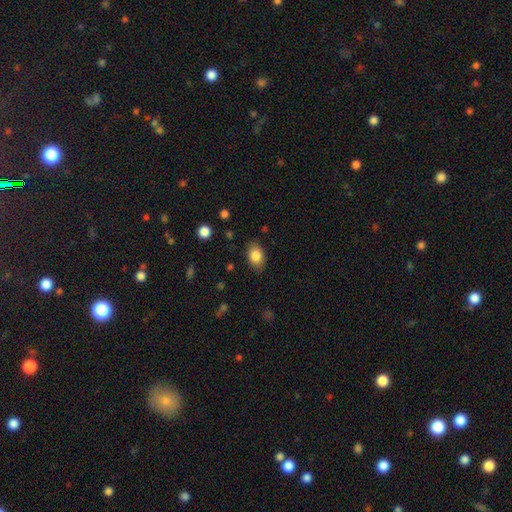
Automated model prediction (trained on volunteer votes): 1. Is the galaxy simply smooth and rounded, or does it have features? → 84% smooth, 8% featured or disk, 8% star or artifact.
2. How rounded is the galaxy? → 82% in between, 17% round, 1% cigar-shaped.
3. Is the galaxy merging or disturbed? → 82% none, 14% minor disturbance, 3% major disturbance, 1% merger.